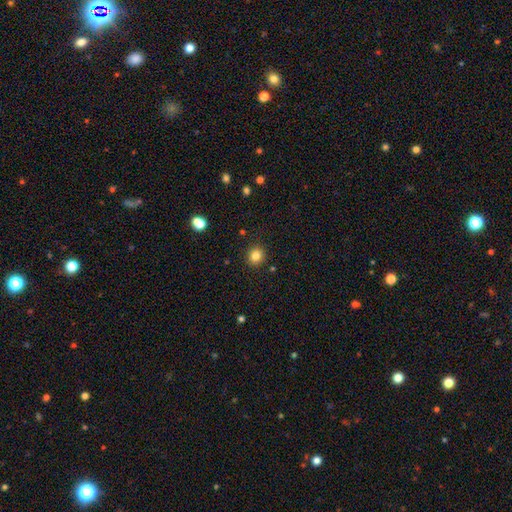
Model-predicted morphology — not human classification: Smooth or featured? Predicted: smooth (p=0.83). How rounded? Predicted: round (p=0.84). Merging? Predicted: none (p=0.90).